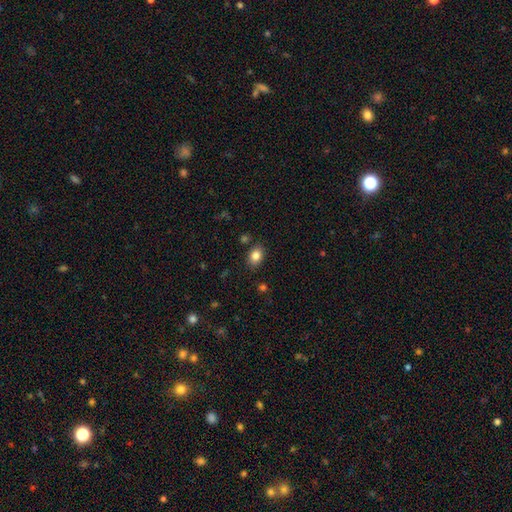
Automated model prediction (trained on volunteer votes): Q: Smooth or featured?
A: smooth (84%); runner-up: star or artifact (9%)
Q: How rounded?
A: in between (73%); runner-up: round (25%)
Q: Merging?
A: none (84%); runner-up: minor disturbance (11%)